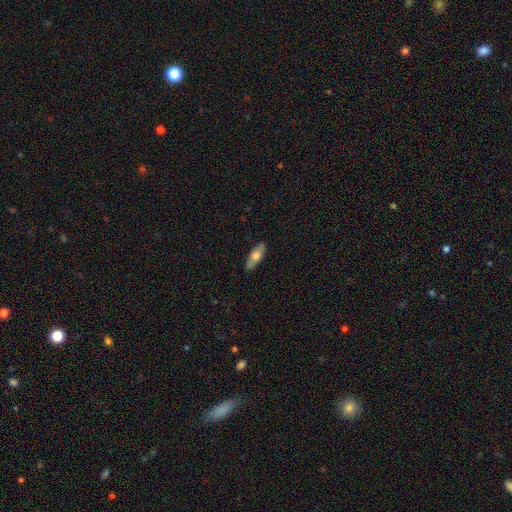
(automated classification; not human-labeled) Smooth or featured?
  - smooth: 59% *
  - featured or disk: 35%
  - star or artifact: 6%
How rounded?
  - in between: 66% *
  - cigar-shaped: 31%
  - round: 3%
Merging?
  - none: 87% *
  - minor disturbance: 10%
  - major disturbance: 2%
  - merger: 1%